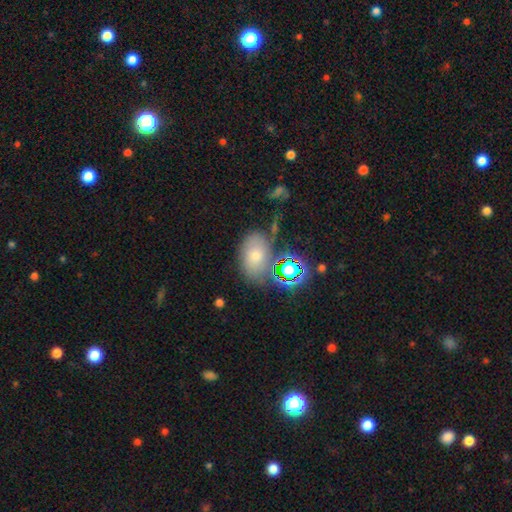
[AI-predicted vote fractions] Overall: smooth (66%). How rounded: in between (83%). Merging: none (67%).